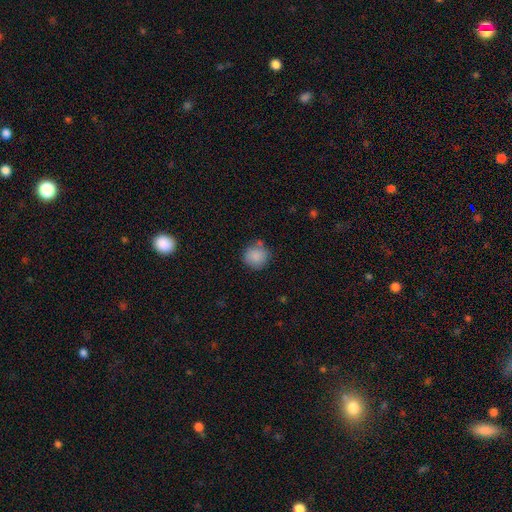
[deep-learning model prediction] Morphology: type=smooth (86%); roundness=round (91%); merging=none (75%).